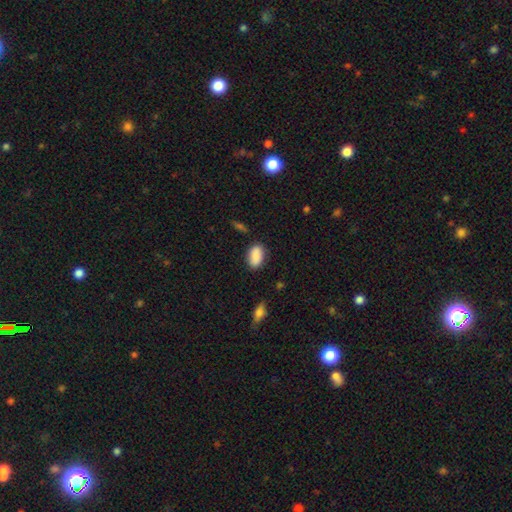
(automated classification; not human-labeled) The model was most divided on "merging": none: 81%, minor disturbance: 13%, major disturbance: 3%, merger: 2%. More confident: how rounded — in between (91%); smooth or featured — smooth (89%).